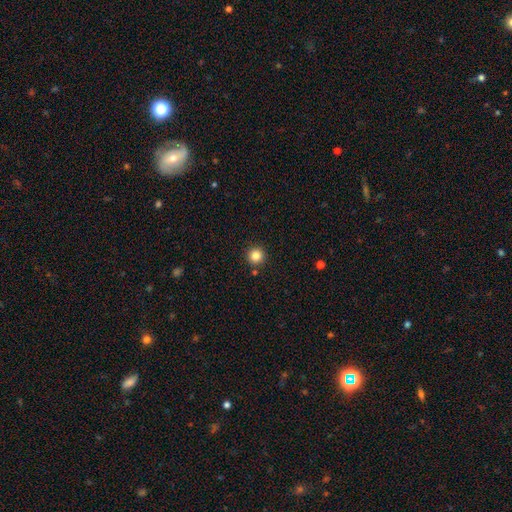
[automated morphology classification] smooth-or-featured: smooth: 84% | star or artifact: 11% | featured or disk: 5%
  how-rounded: round: 96% | in between: 3% | cigar-shaped: 1%
  merging: none: 90% | minor disturbance: 5% | merger: 3% | major disturbance: 2%